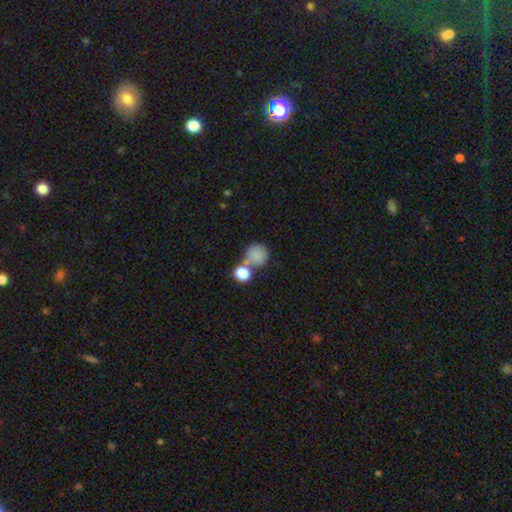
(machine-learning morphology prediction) Smooth or featured? smooth (82%)
How rounded? round (88%)
Merging? none (52%)